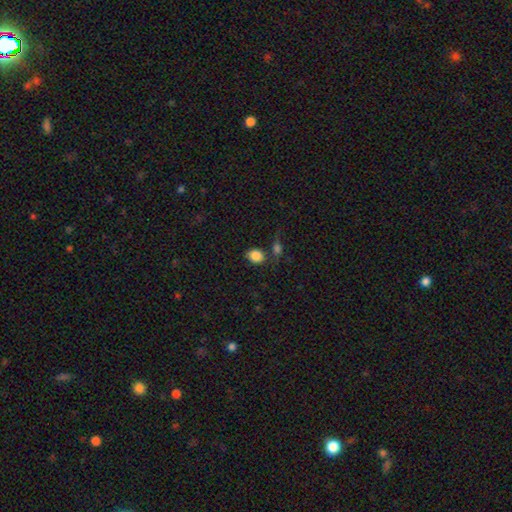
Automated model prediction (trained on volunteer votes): The model was most divided on "how rounded": round: 51%, in between: 48%, cigar-shaped: 1%. More confident: smooth or featured — smooth (86%); merging — none (64%).